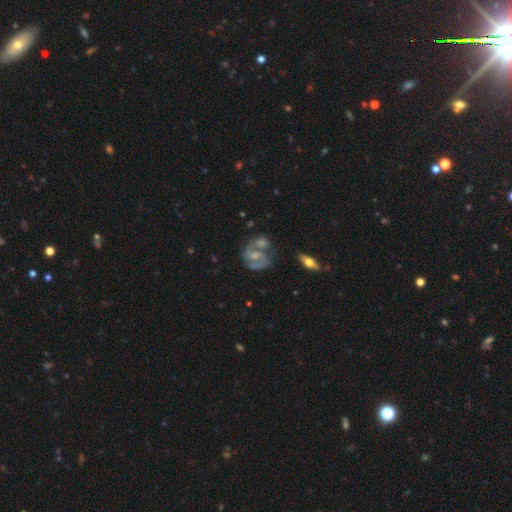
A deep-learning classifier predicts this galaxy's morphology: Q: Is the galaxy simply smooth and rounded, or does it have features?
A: featured or disk — 82%.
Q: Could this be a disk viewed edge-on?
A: no — 97%.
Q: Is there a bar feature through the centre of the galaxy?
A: no — 44%.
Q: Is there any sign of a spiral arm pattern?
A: yes — 93%.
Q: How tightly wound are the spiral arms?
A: medium — 57%.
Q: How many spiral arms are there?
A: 2 — 85%.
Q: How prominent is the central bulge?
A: small — 46%.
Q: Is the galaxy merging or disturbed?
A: none — 51%.